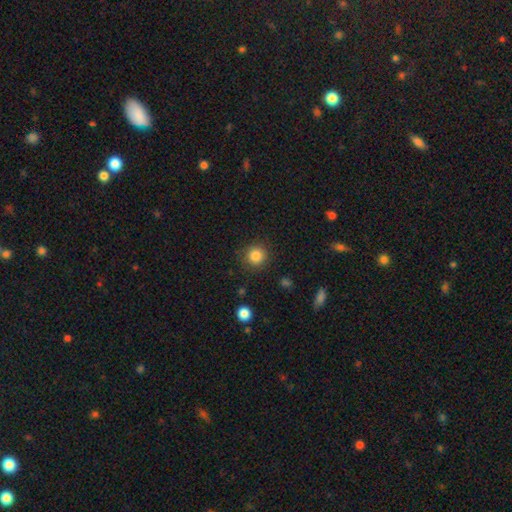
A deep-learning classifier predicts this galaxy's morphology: This is clearly a smooth galaxy (85%). How rounded: clearly round (93%). Merging: clearly none (88%).